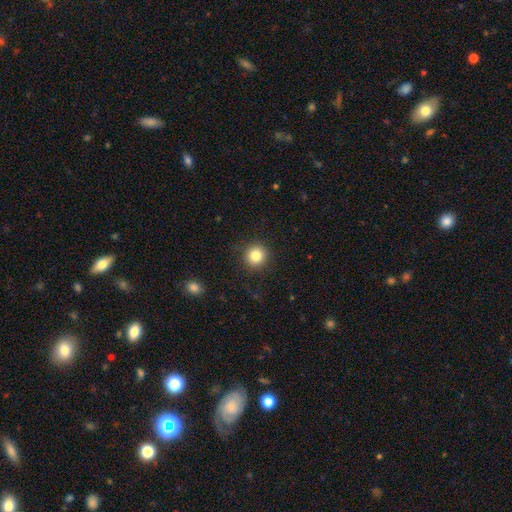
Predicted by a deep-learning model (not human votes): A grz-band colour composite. It shows a smooth galaxy with no disk features (83%) that is round (94%). Merging: none (90%).